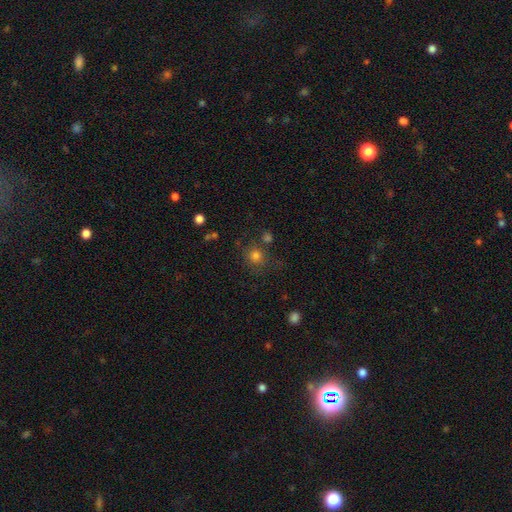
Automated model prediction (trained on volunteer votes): Q: Smooth or featured?
A: smooth (77%); runner-up: star or artifact (16%)
Q: How rounded?
A: round (89%); runner-up: in between (10%)
Q: Merging?
A: none (73%); runner-up: minor disturbance (12%)